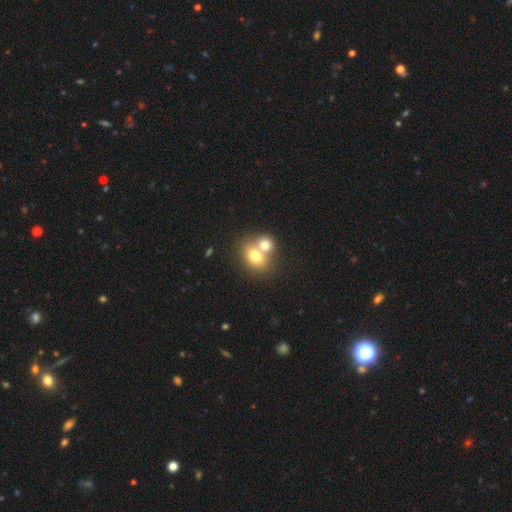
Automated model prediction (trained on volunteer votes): A smooth galaxy with no disk features (72%) that is round (51%).

Vote fractions:
- Smooth or featured? smooth: 72% / featured or disk: 19% / star or artifact: 10%
- How rounded? round: 51% / in between: 48% / cigar-shaped: 1%
- Merging? merger: 66% / none: 26% / minor disturbance: 6% / major disturbance: 3%